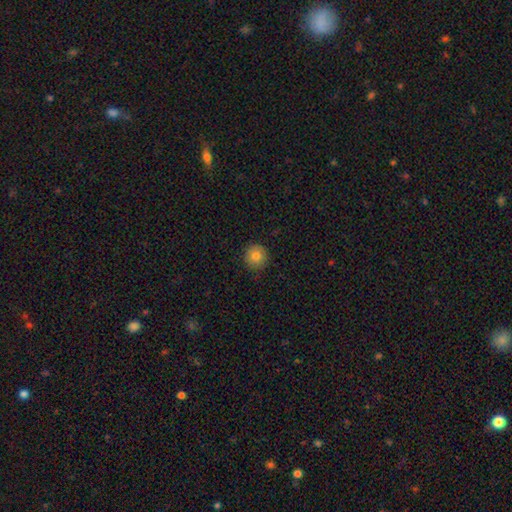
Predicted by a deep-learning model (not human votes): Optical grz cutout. It shows a smooth galaxy with no disk features (83%) that is round (94%). Merging: none (90%).